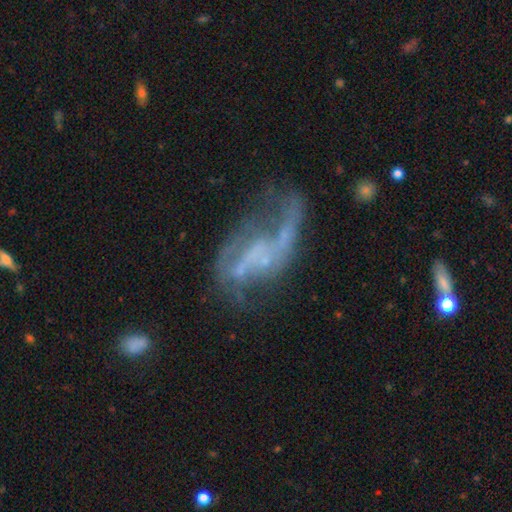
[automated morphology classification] Smooth or featured? Predicted: featured or disk (p=0.72). Edge-on disk? Predicted: no (p=0.94). Bar? Predicted: no (p=0.61). Spiral arms? Predicted: yes (p=0.57). Bulge size? Predicted: none (p=0.64). Merging? Predicted: major disturbance (p=0.40).